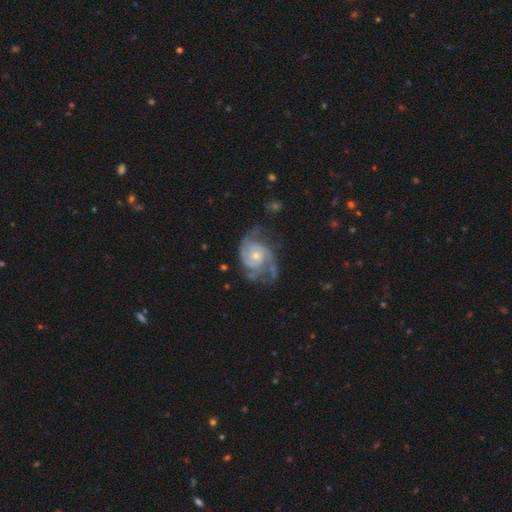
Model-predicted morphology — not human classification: Overall: featured or disk (90%). Edge-on disk: no (98%). Bar: no (72%). Spiral arms: yes (97%). Spiral arm count: 2 (58%; 3 21%). Spiral winding: tight (46%; medium 43%). Bulge size: small (54%; moderate 42%). Merging: none (57%; minor disturbance 24%).